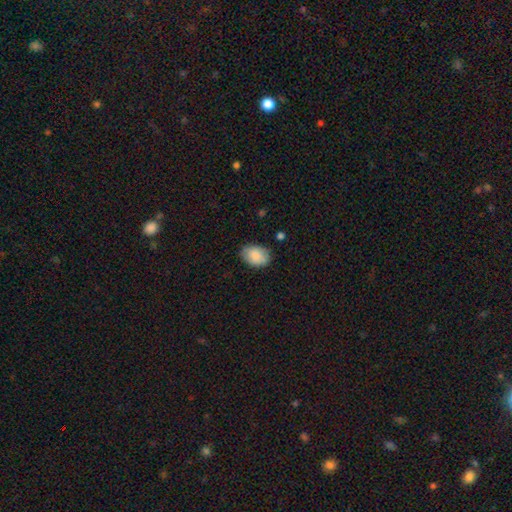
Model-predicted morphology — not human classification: Smooth or featured? Predicted: smooth (p=0.85). How rounded? Predicted: in between (p=0.82). Merging? Predicted: none (p=0.78).